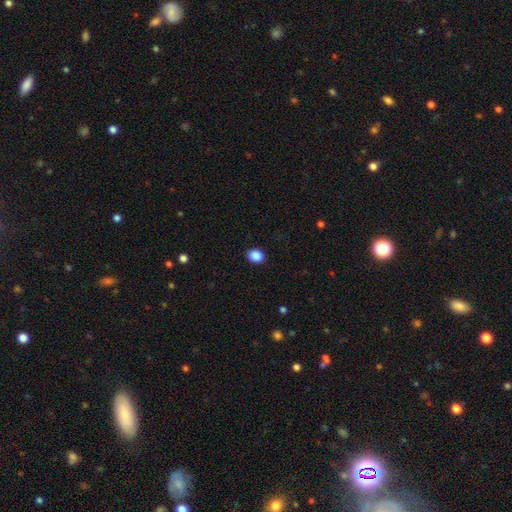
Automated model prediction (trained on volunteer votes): This is clearly a smooth galaxy (89%). How rounded: likely in between (61%). Merging: clearly none (90%).